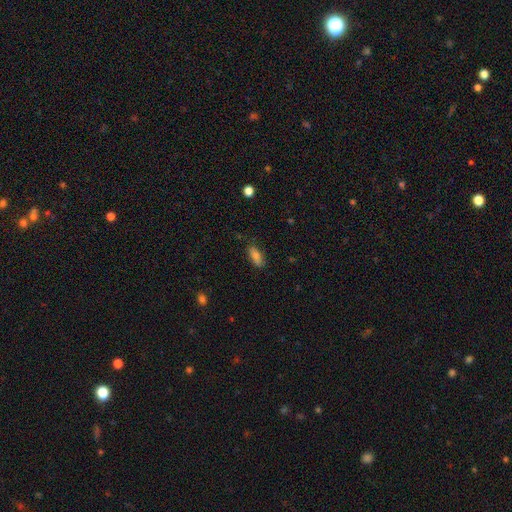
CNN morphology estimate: smooth-or-featured: smooth: 75% | featured or disk: 16% | star or artifact: 9%
  how-rounded: in between: 72% | cigar-shaped: 25% | round: 3%
  merging: none: 81% | minor disturbance: 15% | major disturbance: 3% | merger: 1%